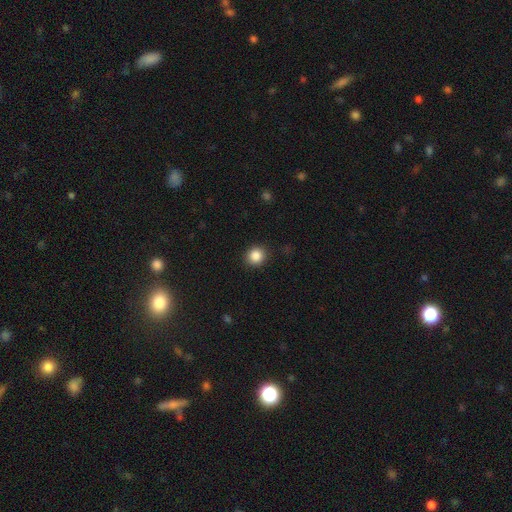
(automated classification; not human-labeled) A smooth galaxy with no disk features (86%) that is round (89%).

Vote fractions:
- Smooth or featured? smooth: 86% / star or artifact: 10% / featured or disk: 3%
- How rounded? round: 89% / in between: 10% / cigar-shaped: 1%
- Merging? none: 90% / minor disturbance: 7% / major disturbance: 2% / merger: 1%